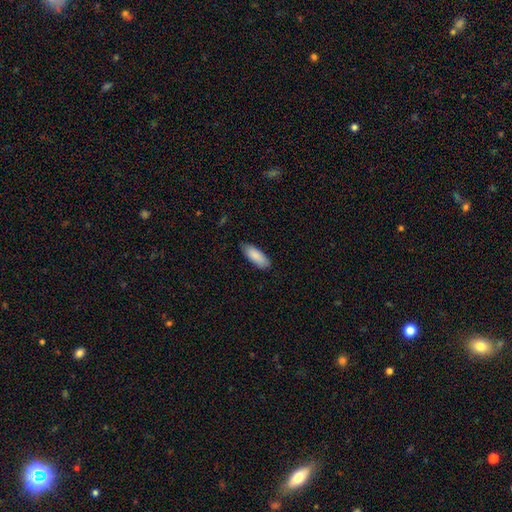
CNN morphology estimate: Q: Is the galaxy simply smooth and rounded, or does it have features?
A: smooth — 89%.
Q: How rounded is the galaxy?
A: in between — 75%.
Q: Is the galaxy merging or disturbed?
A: none — 84%.